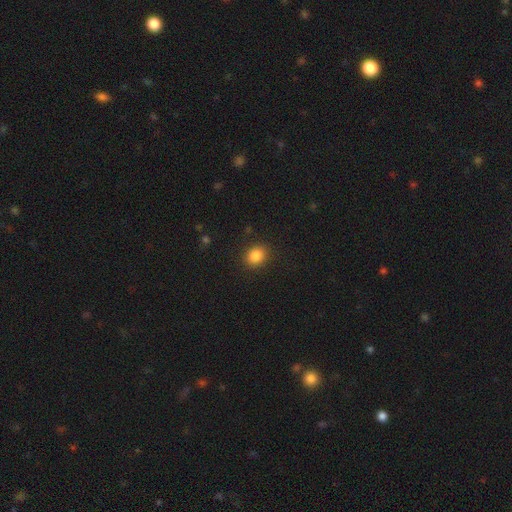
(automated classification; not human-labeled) This is clearly a smooth galaxy (86%). How rounded: possibly round (58%). Merging: clearly none (88%).